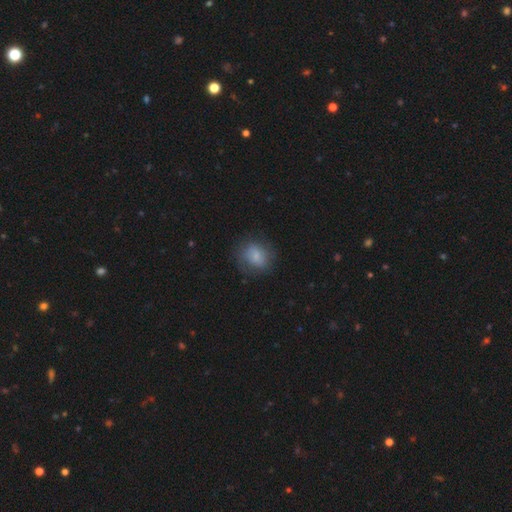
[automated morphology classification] This appears to be a smooth galaxy with no disk features (73%) that is round (60%). Merging: none (69%).